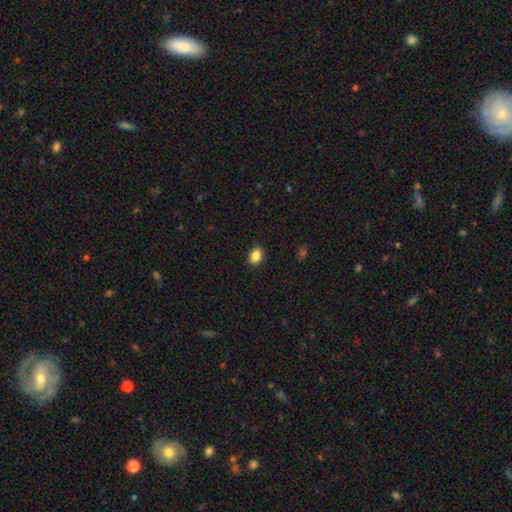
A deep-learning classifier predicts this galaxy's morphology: A smooth galaxy with no disk features (86%) that is in between round and cigar-shaped (70%).

Vote fractions:
- Smooth or featured? smooth: 86% / star or artifact: 9% / featured or disk: 5%
- How rounded? in between: 70% / round: 28% / cigar-shaped: 1%
- Merging? none: 89% / minor disturbance: 8% / major disturbance: 2% / merger: 1%